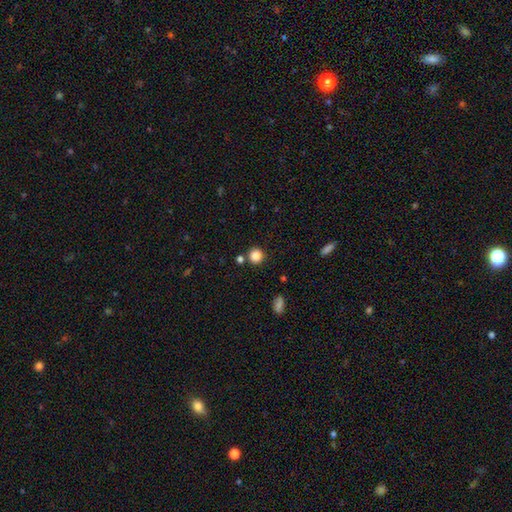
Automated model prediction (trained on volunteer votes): smooth-or-featured: smooth: 85% | star or artifact: 11% | featured or disk: 4%
  how-rounded: round: 92% | in between: 7% | cigar-shaped: 1%
  merging: none: 82% | minor disturbance: 8% | merger: 7% | major disturbance: 3%